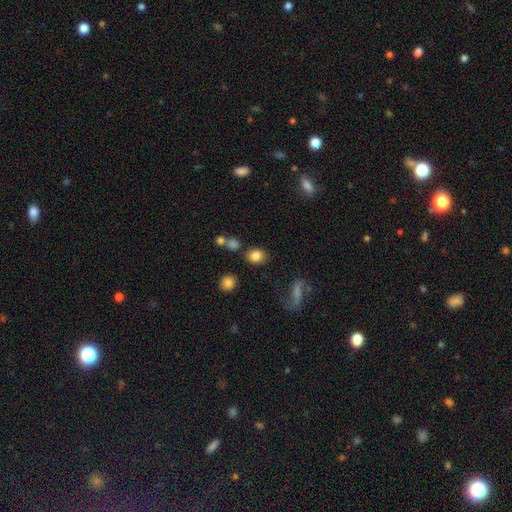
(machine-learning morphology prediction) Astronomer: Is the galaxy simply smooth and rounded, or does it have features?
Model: smooth — 83%.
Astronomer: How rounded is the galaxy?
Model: in between — 53% (runner-up: round, 45%).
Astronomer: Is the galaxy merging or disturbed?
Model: none — 80%.